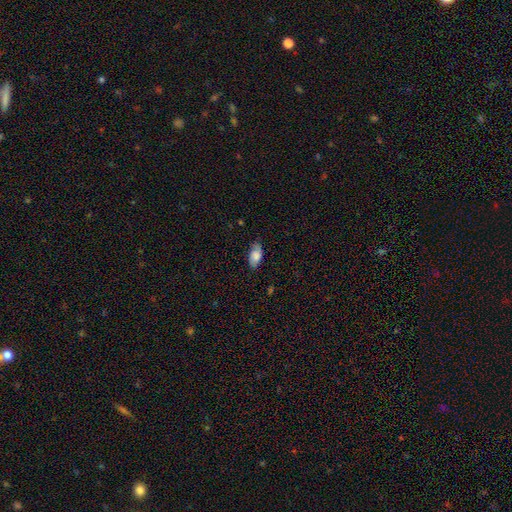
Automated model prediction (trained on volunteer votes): The model was most divided on "merging": none: 75%, minor disturbance: 20%, major disturbance: 4%, merger: 1%. More confident: how rounded — in between (92%); smooth or featured — smooth (75%).